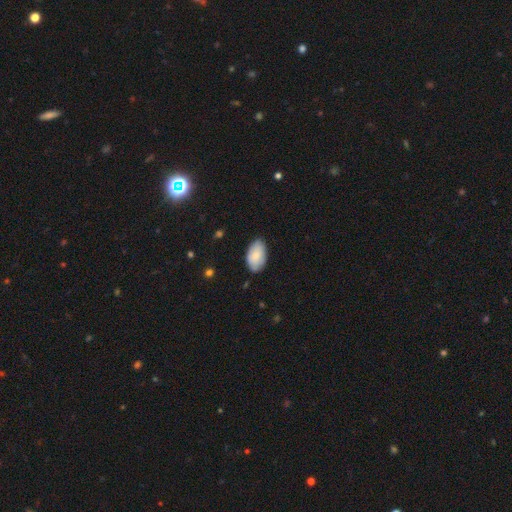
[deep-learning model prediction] A smooth galaxy with no disk features (83%) that is in between round and cigar-shaped (94%).

Vote fractions:
- Smooth or featured? smooth: 83% / featured or disk: 11% / star or artifact: 6%
- How rounded? in between: 94% / round: 4% / cigar-shaped: 1%
- Merging? none: 79% / minor disturbance: 17% / major disturbance: 3% / merger: 1%